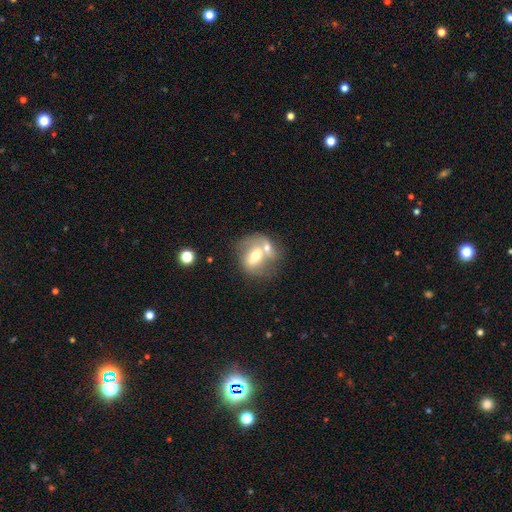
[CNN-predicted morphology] smooth 51%, featured or disk 41%, star or artifact 8%. Down the decision tree: how rounded — in between (55%); merging — merger (58%).